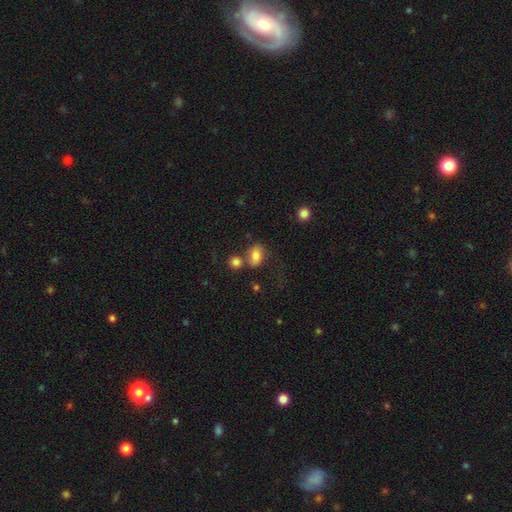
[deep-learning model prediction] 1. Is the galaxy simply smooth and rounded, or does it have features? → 78% smooth, 12% featured or disk, 10% star or artifact.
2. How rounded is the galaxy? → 77% in between, 21% round, 2% cigar-shaped.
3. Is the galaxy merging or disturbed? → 48% none, 26% merger, 16% minor disturbance, 9% major disturbance.